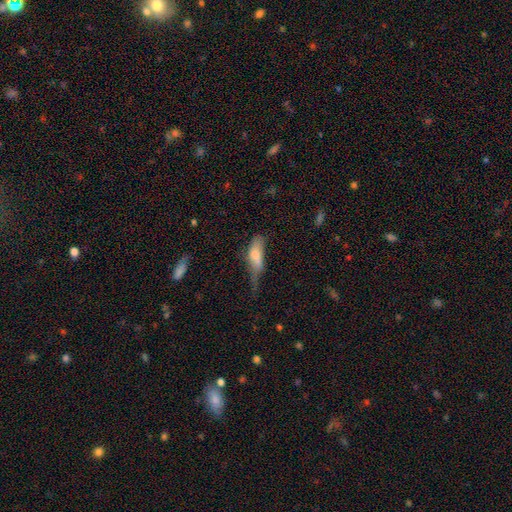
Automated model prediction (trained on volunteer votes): The model was most divided on "merging": major disturbance: 45%, minor disturbance: 30%, none: 18%, merger: 7%. More confident: smooth or featured — smooth (70%); how rounded — in between (67%).